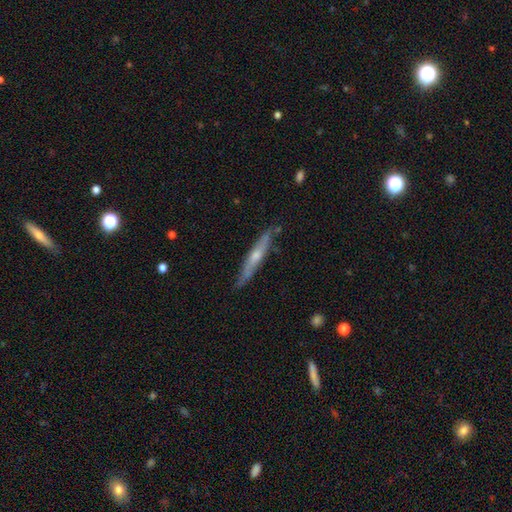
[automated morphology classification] Smooth or featured: featured or disk — 63% (smooth — 31%)
Edge-on disk: yes — 91% (no — 9%)
Edge-on bulge: rounded — 72% (none — 23%)
Merging: none — 83% (minor disturbance — 13%)